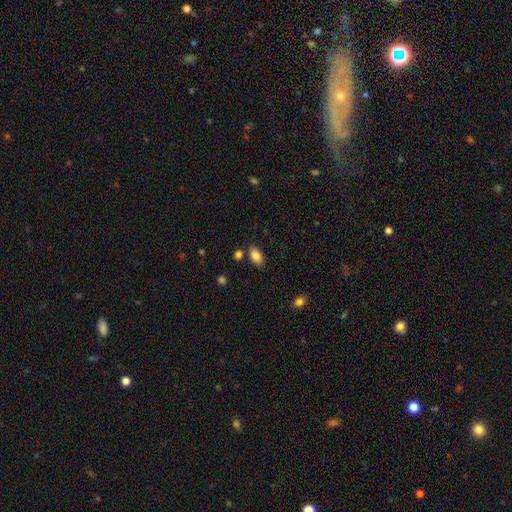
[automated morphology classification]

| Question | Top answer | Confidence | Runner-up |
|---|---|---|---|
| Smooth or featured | smooth | 86% | star or artifact (8%) |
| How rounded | in between | 91% | round (7%) |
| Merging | none | 81% | minor disturbance (11%) |